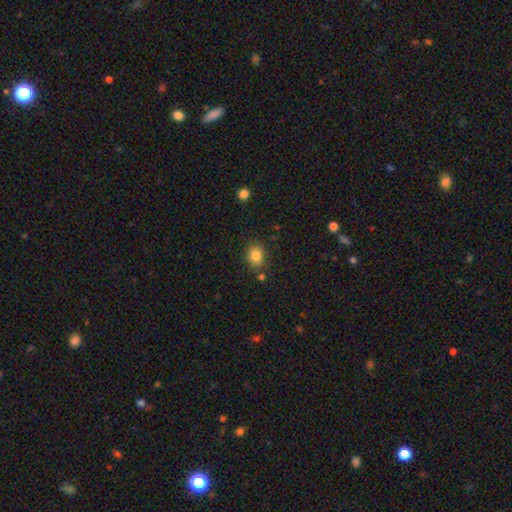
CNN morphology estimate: Overall: smooth (84%). How rounded: in between (51%; round 48%). Merging: none (82%).